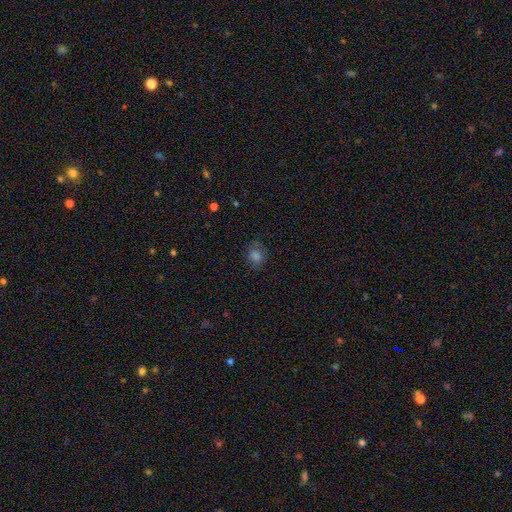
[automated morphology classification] smooth 66%, star or artifact 23%, featured or disk 10%. Down the decision tree: how rounded — round (62%); merging — none (73%).